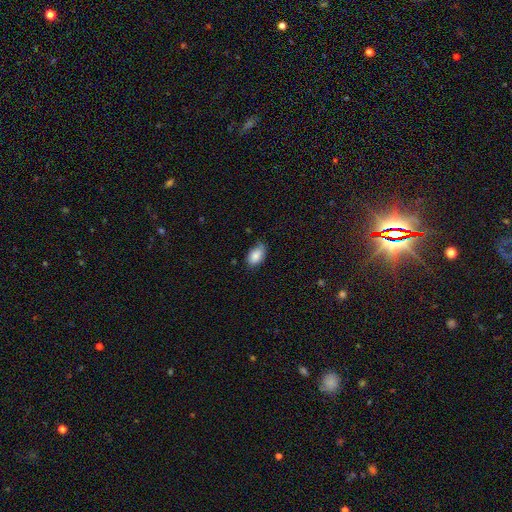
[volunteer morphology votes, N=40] A smooth galaxy with no disk features (88%) that is in between round and cigar-shaped (89%).

Vote fractions:
- Smooth or featured? smooth: 88% / star or artifact: 10% / featured or disk: 2%
- How rounded? in between: 89% / round: 9% / cigar-shaped: 3%
- Merging? none: 47% (tied) / minor disturbance: 47% (tied) / major disturbance: 6% / merger: 0%